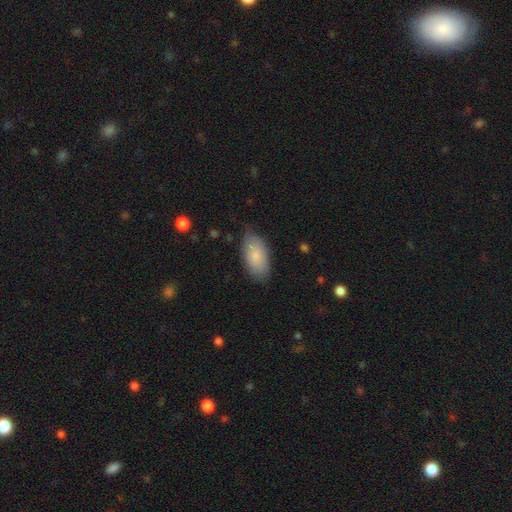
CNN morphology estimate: Q: Smooth or featured?
A: smooth (82%); runner-up: featured or disk (12%)
Q: How rounded?
A: in between (94%); runner-up: round (3%)
Q: Merging?
A: none (75%); runner-up: minor disturbance (20%)